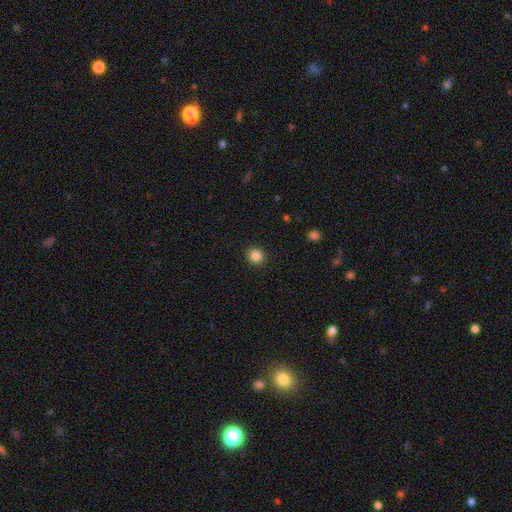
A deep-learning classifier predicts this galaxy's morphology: smooth_or_featured: smooth (p=0.86) [alt: star or artifact p=0.11]
how_rounded: round (p=0.88) [alt: in between p=0.11]
merging: none (p=0.91) [alt: minor disturbance p=0.06]